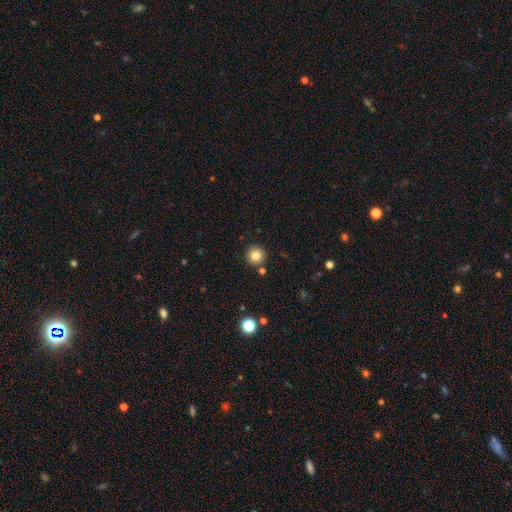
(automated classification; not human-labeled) Smooth or featured? Predicted: smooth (p=0.82). How rounded? Predicted: round (p=0.96). Merging? Predicted: none (p=0.89).